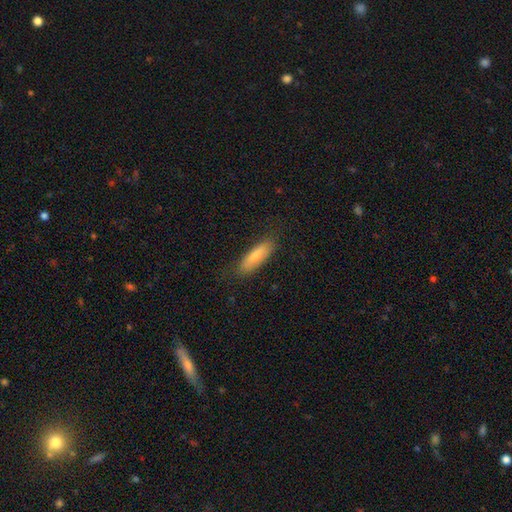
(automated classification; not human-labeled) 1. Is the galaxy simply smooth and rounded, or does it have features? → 75% smooth, 19% featured or disk, 6% star or artifact.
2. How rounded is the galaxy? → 55% cigar-shaped, 44% in between, 2% round.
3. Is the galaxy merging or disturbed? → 80% none, 15% minor disturbance, 4% major disturbance, 1% merger.